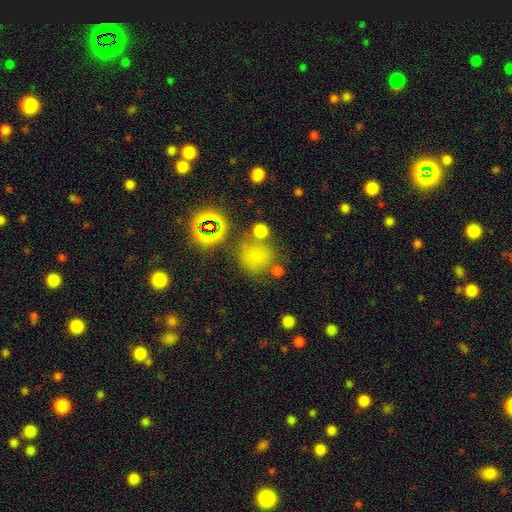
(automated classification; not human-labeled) The model was most divided on "smooth or featured": smooth: 68%, star or artifact: 22%, featured or disk: 10%. More confident: how rounded — round (86%); merging — none (63%).